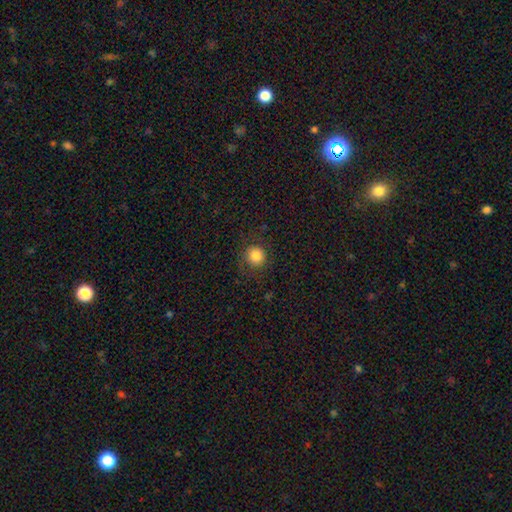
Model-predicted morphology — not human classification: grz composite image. It shows a smooth galaxy with no disk features (83%) that is round (90%). Merging: none (81%).